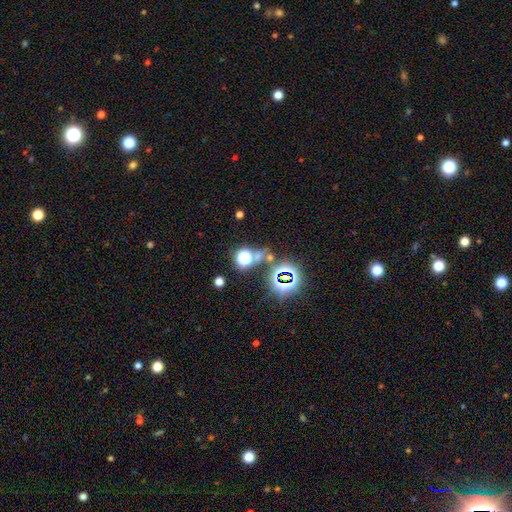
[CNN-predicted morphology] Smooth or featured: star or artifact — 63% (smooth — 28%)